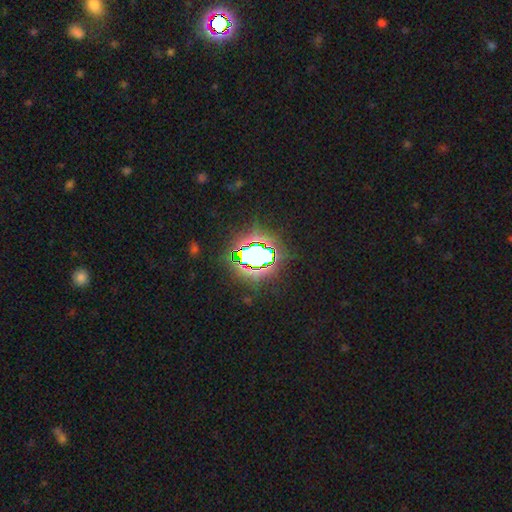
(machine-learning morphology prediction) This appears to be a star or artifact, not a galaxy (73%).